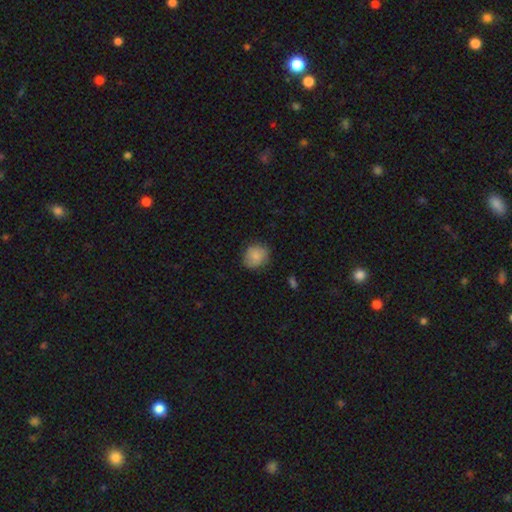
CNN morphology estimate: Smooth or featured? Predicted: smooth (p=0.82). How rounded? Predicted: round (p=0.72). Merging? Predicted: none (p=0.75).